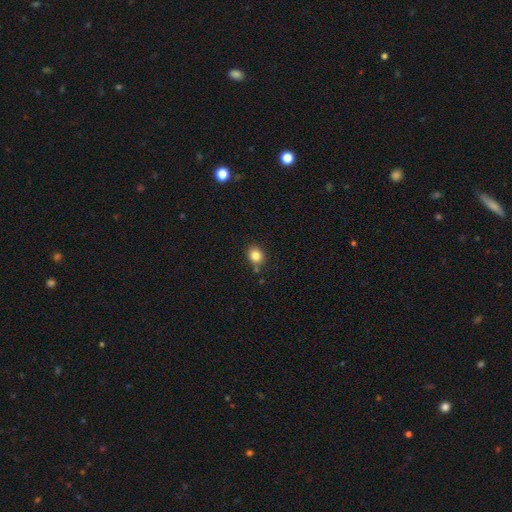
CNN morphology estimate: smooth-or-featured: smooth: 83% | star or artifact: 11% | featured or disk: 6%
  how-rounded: round: 67% | in between: 32% | cigar-shaped: 1%
  merging: none: 75% | minor disturbance: 15% | merger: 7% | major disturbance: 3%